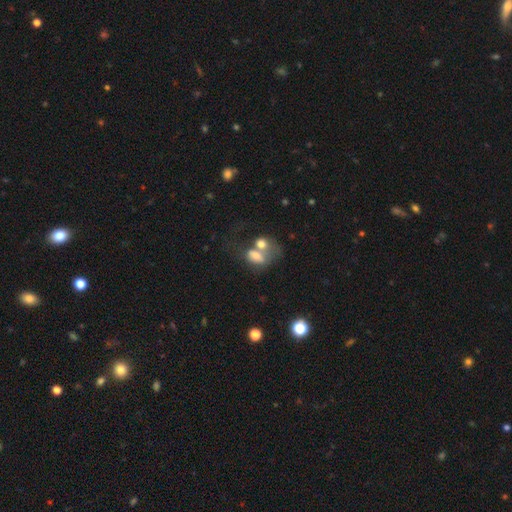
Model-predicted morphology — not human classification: smooth-or-featured: smooth: 63% | featured or disk: 26% | star or artifact: 11%
  how-rounded: in between: 74% | round: 24% | cigar-shaped: 2%
  merging: merger: 63% | none: 15% | major disturbance: 14% | minor disturbance: 8%